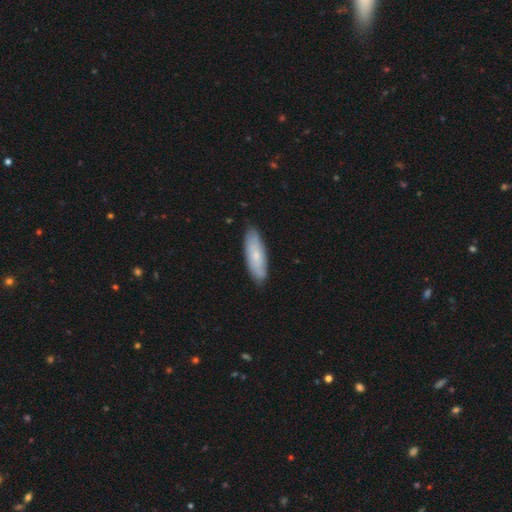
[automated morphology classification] Smooth or featured?
  - smooth: 63% *
  - featured or disk: 31%
  - star or artifact: 6%
How rounded?
  - in between: 56% *
  - cigar-shaped: 43%
  - round: 2%
Merging?
  - none: 82% *
  - minor disturbance: 14%
  - major disturbance: 2%
  - merger: 1%